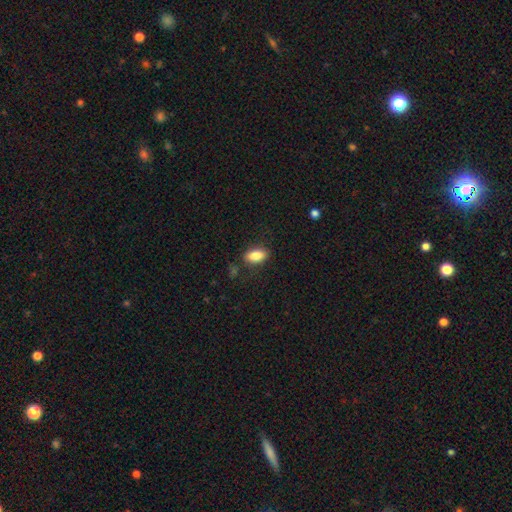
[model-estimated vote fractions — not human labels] The model was most divided on "merging": none: 82%, minor disturbance: 13%, major disturbance: 4%, merger: 2%. More confident: how rounded — in between (89%); smooth or featured — smooth (86%).